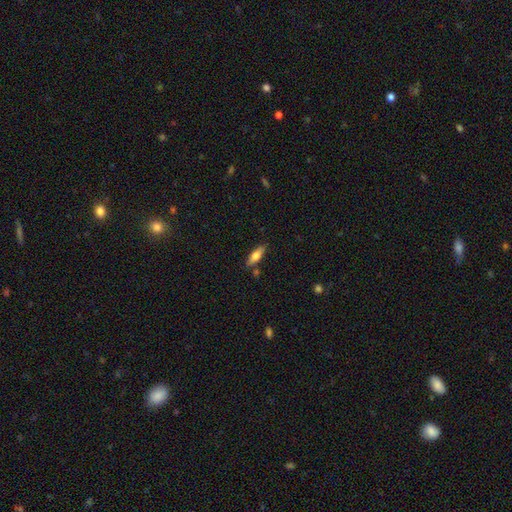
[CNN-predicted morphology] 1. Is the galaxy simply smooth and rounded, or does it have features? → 64% smooth, 30% featured or disk, 6% star or artifact.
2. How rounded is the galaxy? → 55% in between, 43% cigar-shaped, 2% round.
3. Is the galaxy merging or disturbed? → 80% none, 13% minor disturbance, 4% merger, 3% major disturbance.